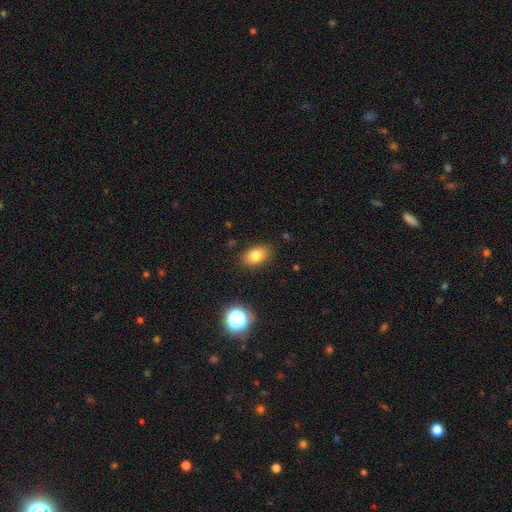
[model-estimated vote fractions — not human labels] Smooth or featured? smooth (80%)
How rounded? in between (86%)
Merging? none (86%)